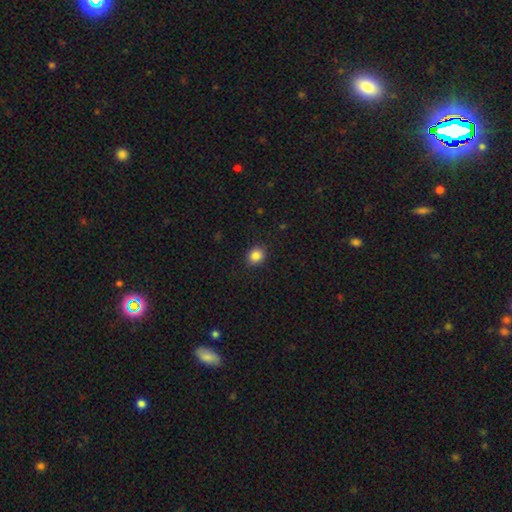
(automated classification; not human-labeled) Q: Smooth or featured?
A: smooth (86%); runner-up: star or artifact (10%)
Q: How rounded?
A: round (69%); runner-up: in between (30%)
Q: Merging?
A: none (90%); runner-up: minor disturbance (7%)